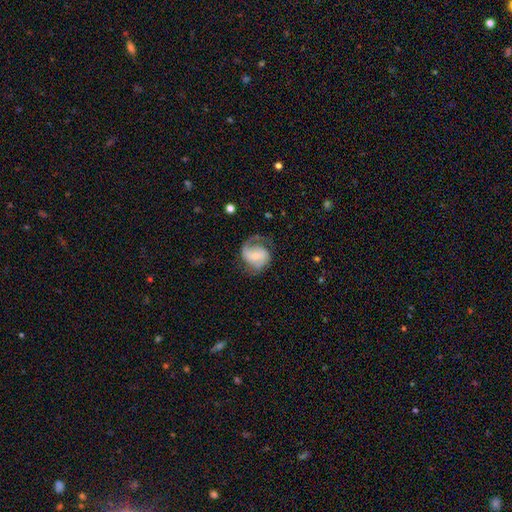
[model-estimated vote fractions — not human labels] A featured or disk galaxy (75%) with a weak bar (47%), 2 (68%) medium (47%) spiral arms (92%) and a small central bulge (46%). Merging: none (57%).